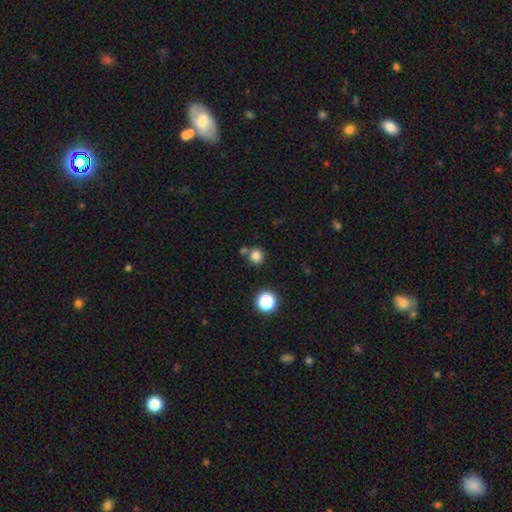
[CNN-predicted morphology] Q: Smooth or featured?
A: smooth (81%); runner-up: star or artifact (14%)
Q: How rounded?
A: round (92%); runner-up: in between (7%)
Q: Merging?
A: none (73%); runner-up: merger (15%)